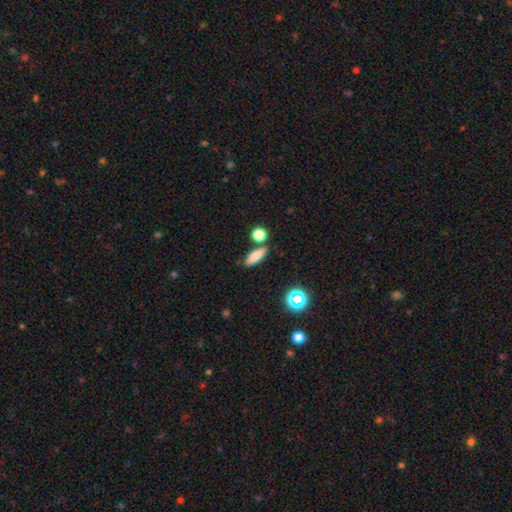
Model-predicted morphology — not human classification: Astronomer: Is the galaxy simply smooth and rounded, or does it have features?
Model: smooth — 79%.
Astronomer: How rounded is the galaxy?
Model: in between — 60%.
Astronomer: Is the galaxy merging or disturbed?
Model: none — 76%.